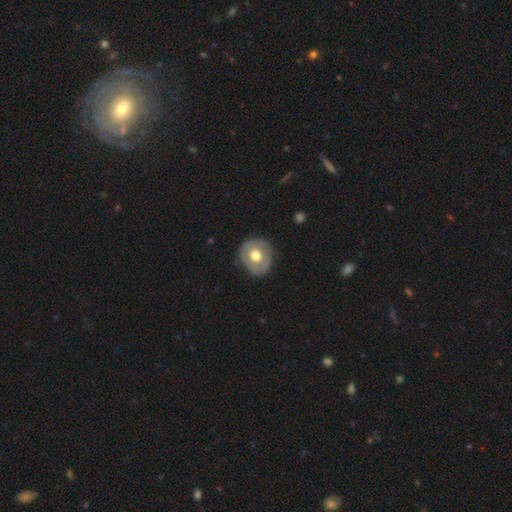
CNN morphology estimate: The model was most divided on "smooth or featured": smooth: 52%, featured or disk: 43%, star or artifact: 6%. More confident: merging — none (84%); how rounded — round (81%).